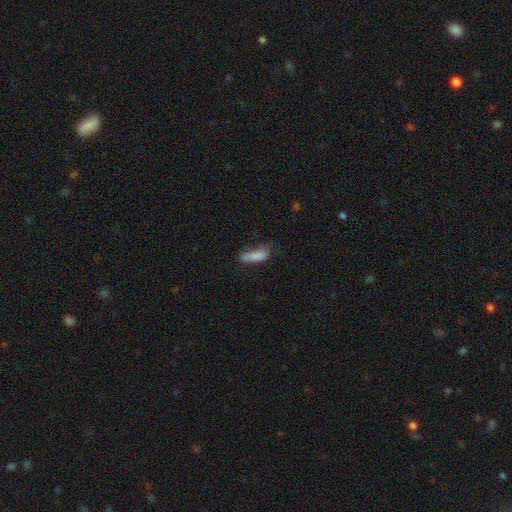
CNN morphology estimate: Smooth or featured: smooth — 81% (featured or disk — 10%)
How rounded: in between — 50% (cigar-shaped — 48%)
Merging: none — 43% (minor disturbance — 32%)